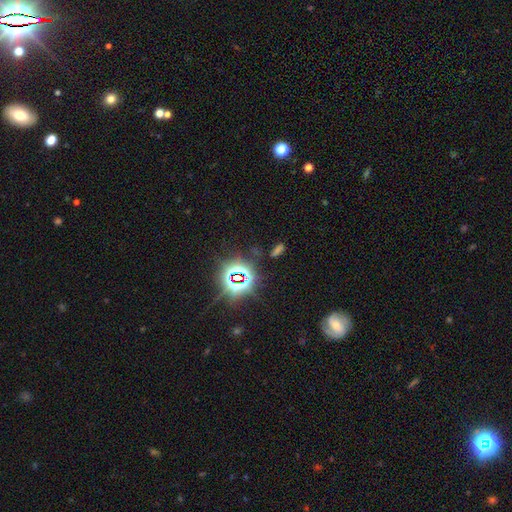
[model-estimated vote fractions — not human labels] star or artifact 78%, smooth 13%, featured or disk 9%.